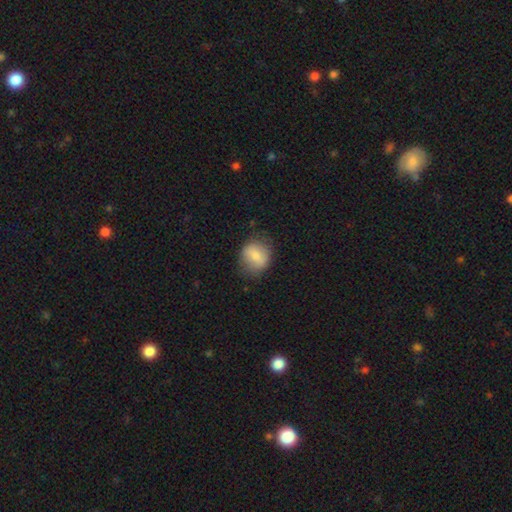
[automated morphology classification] smooth_or_featured: smooth (p=0.75) [alt: featured or disk p=0.18]
how_rounded: round (p=0.66) [alt: in between p=0.33]
merging: none (p=0.72) [alt: minor disturbance p=0.20]